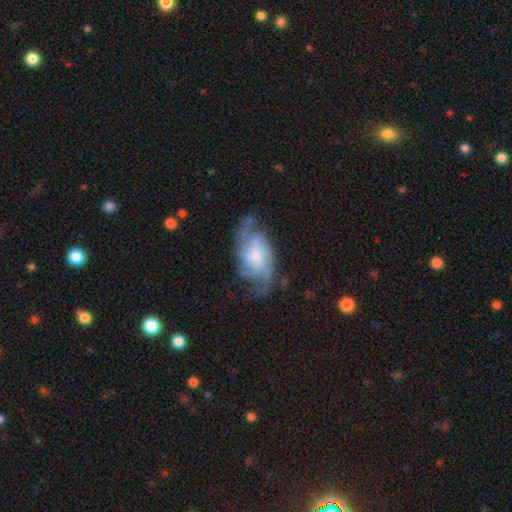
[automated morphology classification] The model was most divided on "bulge size": small: 45%, moderate: 39%, large: 8%, none: 6%, dominant: 1%. Remaining: edge-on disk — no (96%); spiral arms — yes (95%); smooth or featured — featured or disk (83%); merging — none (64%); bar — no (52%); spiral winding — medium (49%); spiral arm count — 2 (48%).